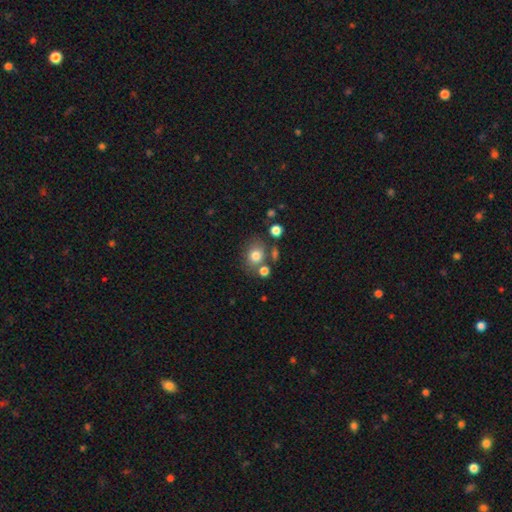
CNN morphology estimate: This is likely a smooth galaxy (77%). How rounded: possibly round (56%). Merging: likely none (64%).